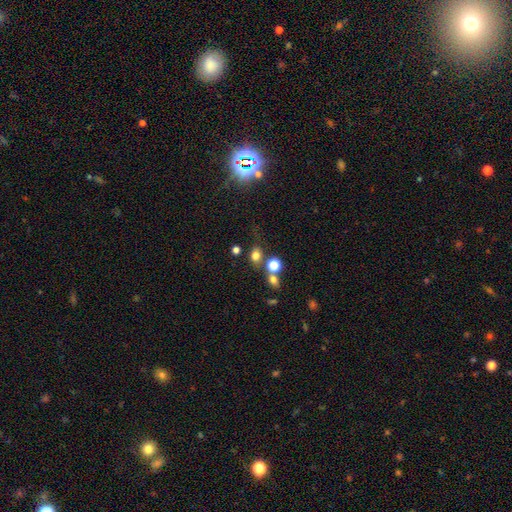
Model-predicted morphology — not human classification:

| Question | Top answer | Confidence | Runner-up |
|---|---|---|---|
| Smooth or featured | smooth | 74% | star or artifact (18%) |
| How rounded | round | 62% | in between (37%) |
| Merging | none | 62% | merger (16%) |